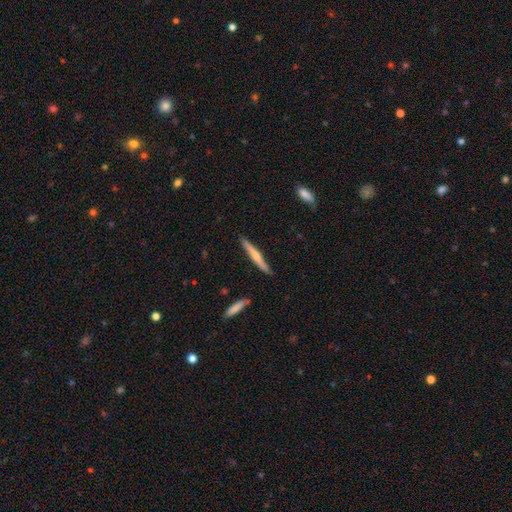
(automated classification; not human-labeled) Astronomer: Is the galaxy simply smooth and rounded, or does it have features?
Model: featured or disk — 51% (runner-up: smooth, 44%).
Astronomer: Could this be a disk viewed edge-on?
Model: yes — 96%.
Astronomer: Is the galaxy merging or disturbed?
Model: none — 88%.